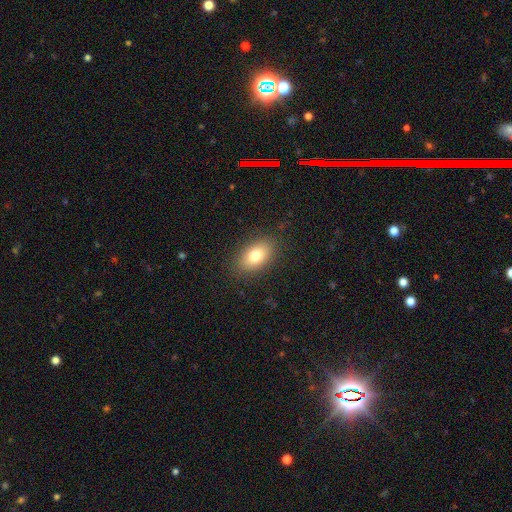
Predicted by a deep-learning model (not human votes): smooth 79%, featured or disk 13%, star or artifact 9%. Down the decision tree: how rounded — in between (89%); merging — none (87%).